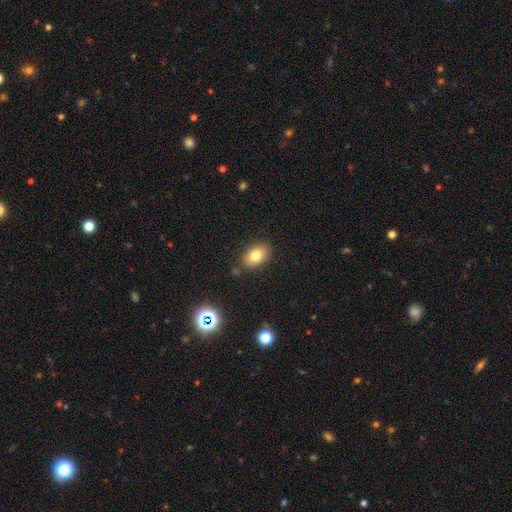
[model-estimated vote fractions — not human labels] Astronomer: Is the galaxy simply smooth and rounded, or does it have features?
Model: smooth — 79%.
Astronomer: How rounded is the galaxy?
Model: in between — 85%.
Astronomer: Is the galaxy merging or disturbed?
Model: none — 82%.